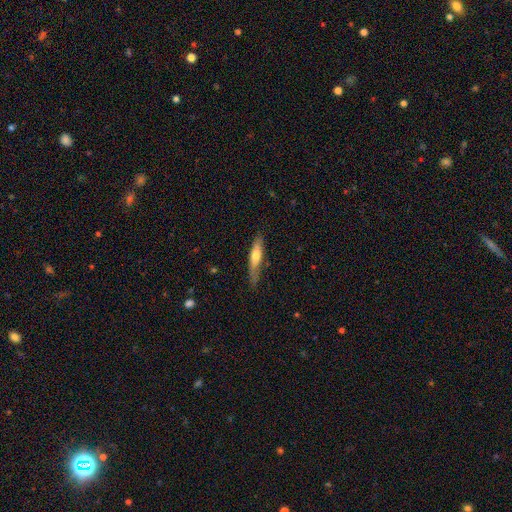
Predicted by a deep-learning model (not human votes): smooth-or-featured: smooth: 55% | featured or disk: 40% | star or artifact: 6%
  how-rounded: cigar-shaped: 79% | in between: 19% | round: 2%
  merging: none: 66% | minor disturbance: 26% | major disturbance: 6% | merger: 2%